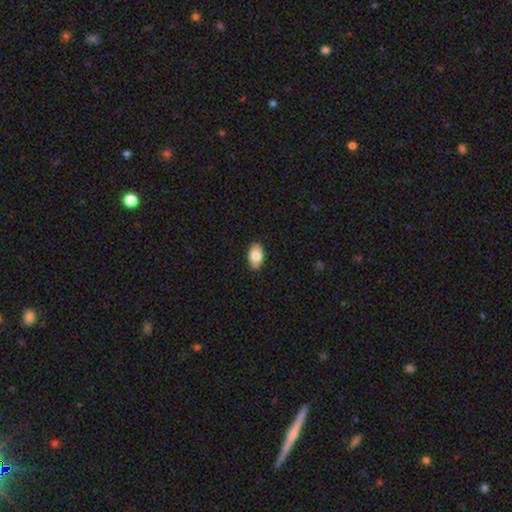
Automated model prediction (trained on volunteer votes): A smooth galaxy with no disk features (75%) that is in between round and cigar-shaped (91%).

Vote fractions:
- Smooth or featured? smooth: 75% / featured or disk: 18% / star or artifact: 7%
- How rounded? in between: 91% / round: 7% / cigar-shaped: 2%
- Merging? none: 85% / minor disturbance: 12% / major disturbance: 2% / merger: 1%